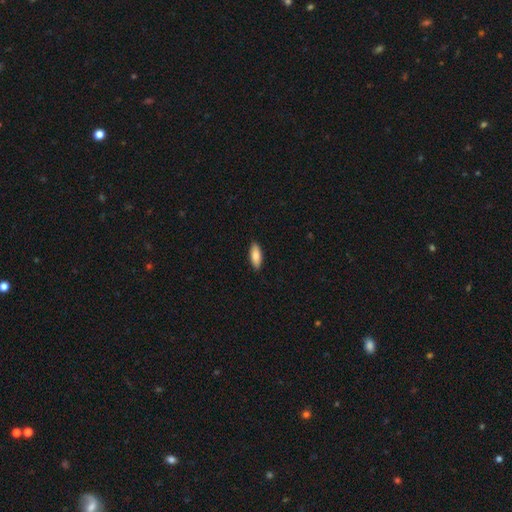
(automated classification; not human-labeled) A smooth galaxy with no disk features (87%) that is in between round and cigar-shaped (74%). Merging: none (89%).